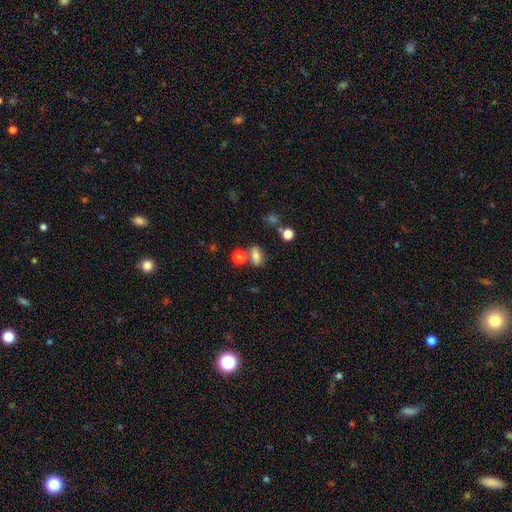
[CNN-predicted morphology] Smooth or featured: smooth — 72% (featured or disk — 15%)
How rounded: in between — 73% (round — 19%)
Merging: none — 63% (merger — 17%)